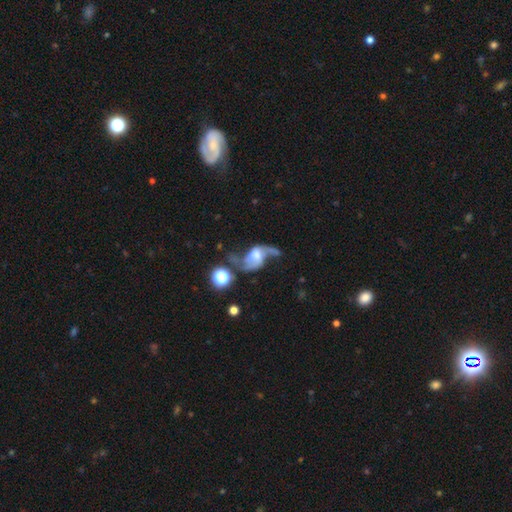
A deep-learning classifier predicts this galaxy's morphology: Overall: featured or disk (75%). Edge-on disk: no (96%). Bar: no (51%; weak 37%). Spiral arms: yes (88%). Spiral arm count: 2 (87%). Spiral winding: loose (81%). Bulge size: moderate (36%; small 27%). Merging: none (32%; major disturbance 31%).